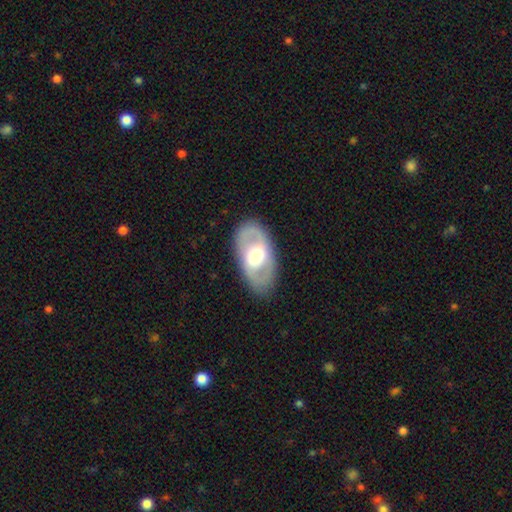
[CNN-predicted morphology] featured or disk 67%, smooth 28%, star or artifact 5%. Down the decision tree: edge-on disk — no (91%); bar — no (46%); spiral arms — yes (51%); bulge size — moderate (61%); merging — none (85%).